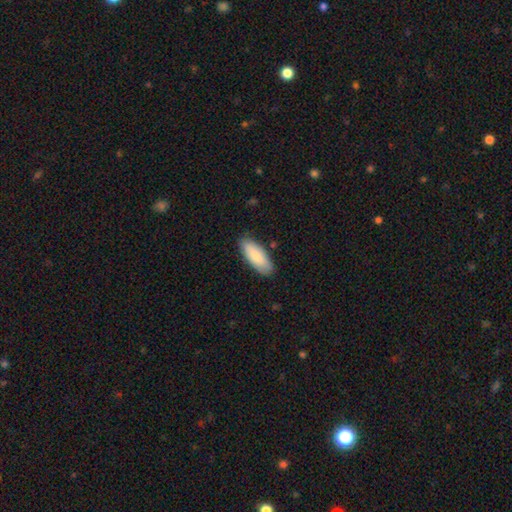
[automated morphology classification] smooth-or-featured: smooth: 84% | featured or disk: 11% | star or artifact: 5%
  how-rounded: in between: 77% | cigar-shaped: 21% | round: 2%
  merging: none: 84% | minor disturbance: 12% | major disturbance: 2% | merger: 1%